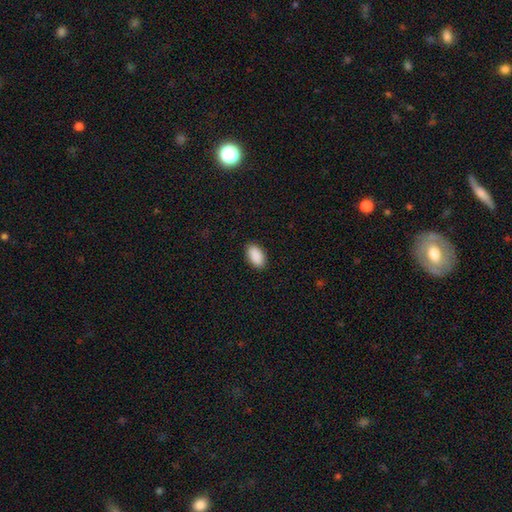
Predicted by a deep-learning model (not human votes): Smooth or featured: smooth — 91% (star or artifact — 7%)
How rounded: in between — 95% (round — 3%)
Merging: none — 90% (minor disturbance — 7%)